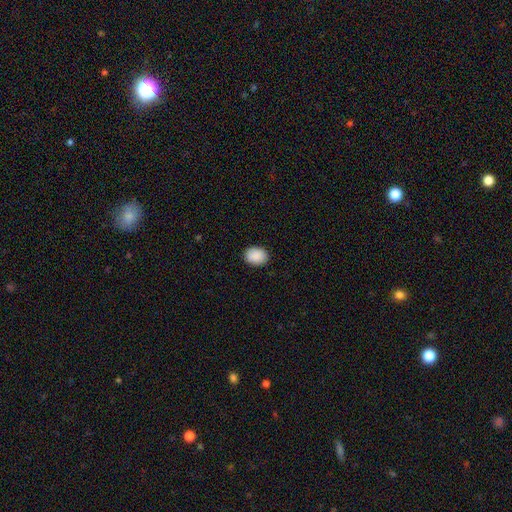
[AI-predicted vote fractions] This is clearly a smooth galaxy (91%). How rounded: likely in between (65%). Merging: clearly none (90%).